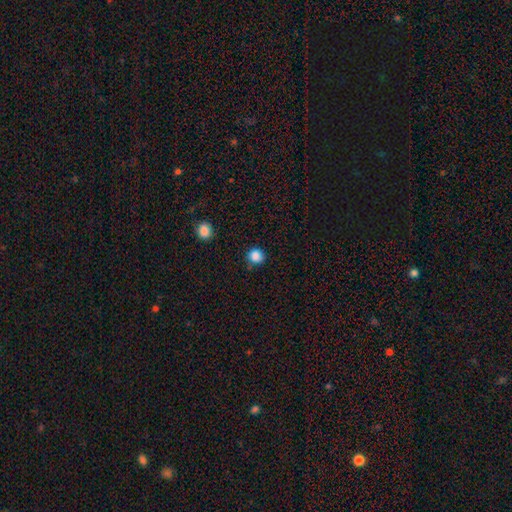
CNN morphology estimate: smooth_or_featured: smooth (p=0.86) [alt: star or artifact p=0.11]
how_rounded: round (p=0.86) [alt: in between p=0.13]
merging: none (p=0.78) [alt: minor disturbance p=0.15]